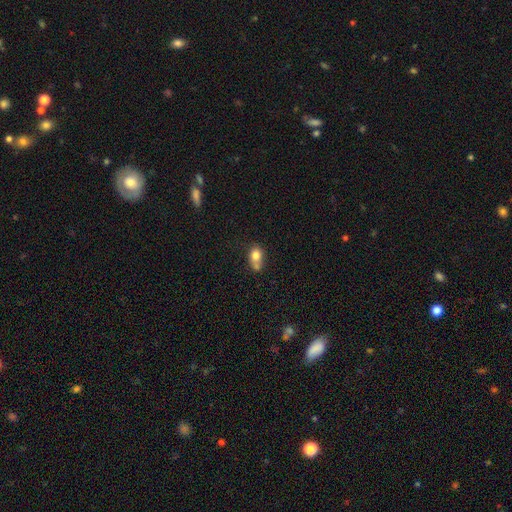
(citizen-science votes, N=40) smooth_or_featured: smooth (p=0.85) [alt: featured or disk p=0.10]
how_rounded: round (p=0.47) [tied with: in between p=0.47]
merging: merger (p=0.47) [alt: none p=0.21]